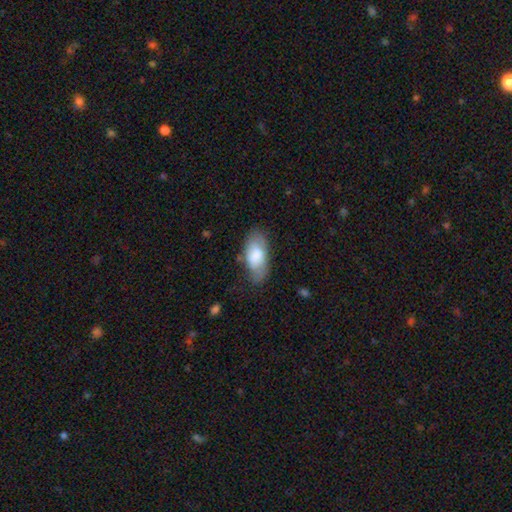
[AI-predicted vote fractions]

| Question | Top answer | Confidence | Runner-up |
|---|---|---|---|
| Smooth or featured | smooth | 76% | featured or disk (18%) |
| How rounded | in between | 92% | cigar-shaped (6%) |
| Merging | none | 64% | minor disturbance (26%) |